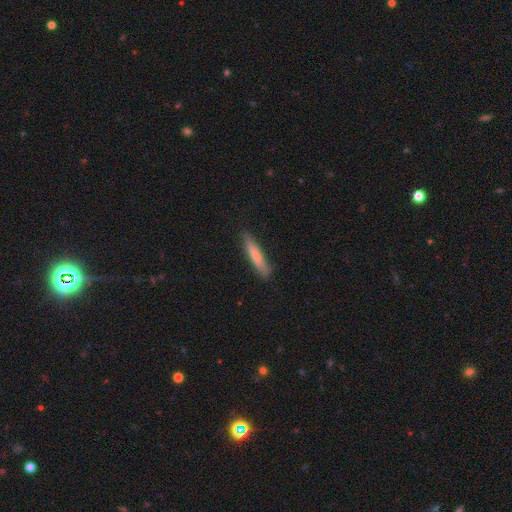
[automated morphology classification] smooth 75%, featured or disk 20%, star or artifact 6%. Down the decision tree: how rounded — cigar-shaped (91%); merging — none (86%).